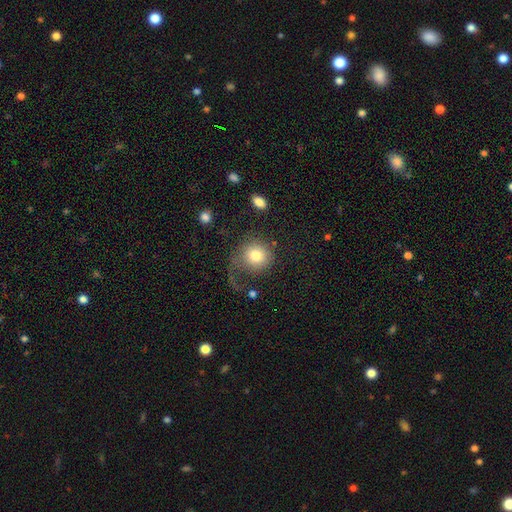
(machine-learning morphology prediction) Smooth or featured?
  - smooth: 76% *
  - featured or disk: 15%
  - star or artifact: 9%
How rounded?
  - round: 88% *
  - in between: 11%
  - cigar-shaped: 1%
Merging?
  - none: 43% *
  - major disturbance: 37%
  - minor disturbance: 16%
  - merger: 4%